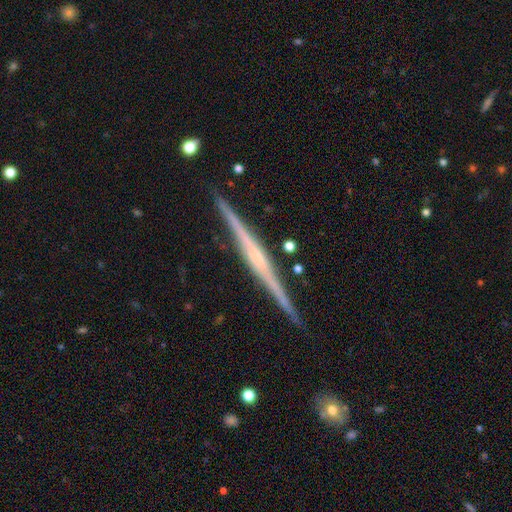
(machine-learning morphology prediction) Smooth or featured? featured or disk (83%)
Edge-on disk? yes (98%)
Edge-on bulge? rounded (47%)
Merging? none (90%)